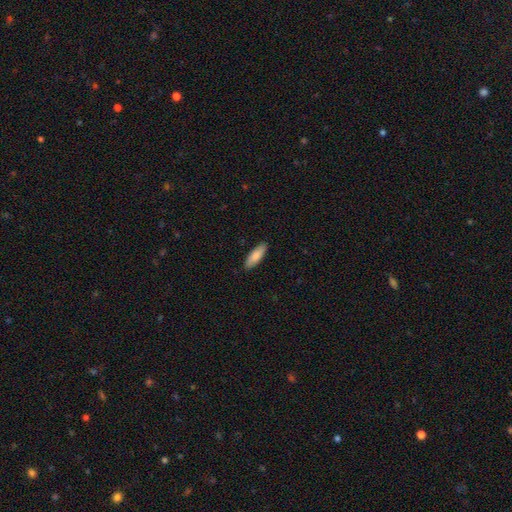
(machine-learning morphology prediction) Smooth or featured? smooth (85%)
How rounded? in between (57%)
Merging? none (89%)